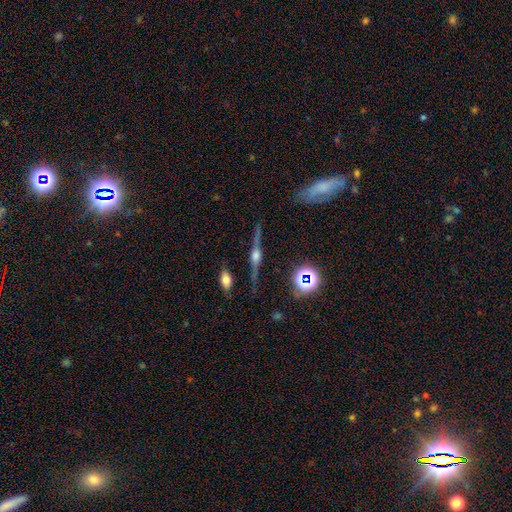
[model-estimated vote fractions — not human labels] A featured or disk galaxy (77%) viewed edge-on (96%) with a rounded central bulge (86%).

Vote fractions:
- Smooth or featured? featured or disk: 77% / smooth: 12% / star or artifact: 11%
- Edge-on disk? yes: 96% / no: 4%
- Edge-on bulge? rounded: 86% / boxy: 11% / none: 2%
- Merging? none: 81% / minor disturbance: 12% / major disturbance: 4% / merger: 3%